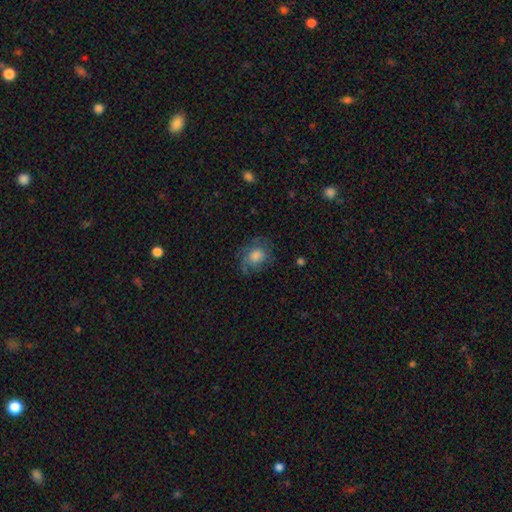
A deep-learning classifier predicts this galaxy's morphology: type=smooth (50%); roundness=round (54%); merging=none (65%).